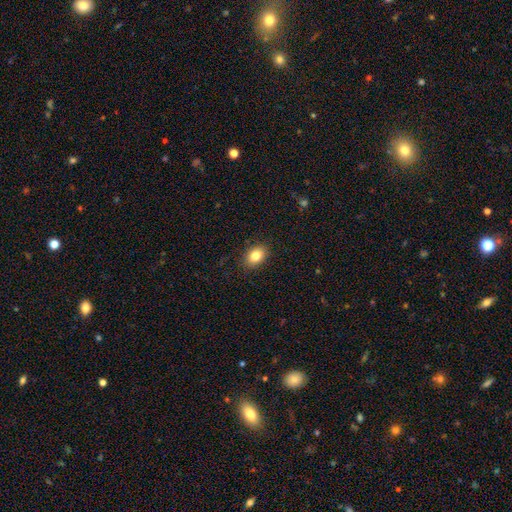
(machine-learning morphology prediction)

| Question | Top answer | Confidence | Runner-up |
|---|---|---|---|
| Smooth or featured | smooth | 83% | star or artifact (9%) |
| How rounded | in between | 80% | round (19%) |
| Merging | none | 89% | minor disturbance (8%) |